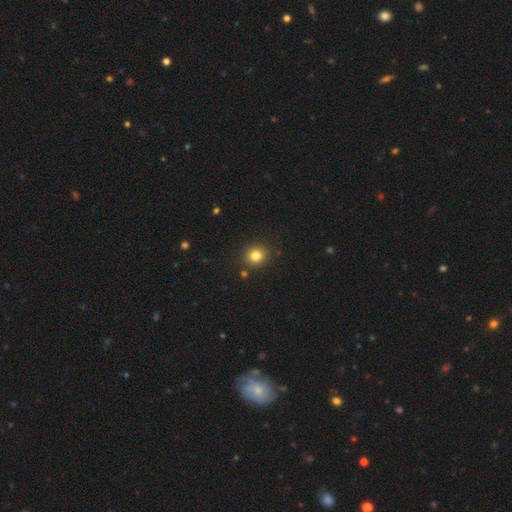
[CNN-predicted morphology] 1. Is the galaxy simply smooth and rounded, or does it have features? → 81% smooth, 12% star or artifact, 6% featured or disk.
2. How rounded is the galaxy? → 85% round, 14% in between, 1% cigar-shaped.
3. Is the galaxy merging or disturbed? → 88% none, 7% minor disturbance, 3% merger, 2% major disturbance.